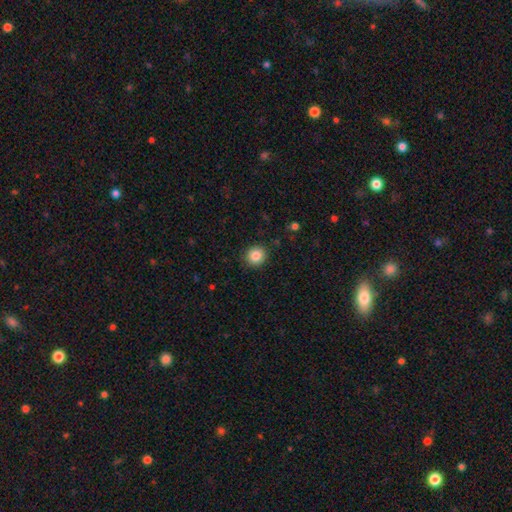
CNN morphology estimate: A smooth galaxy with no disk features (85%) that is round (88%).

Vote fractions:
- Smooth or featured? smooth: 85% / star or artifact: 10% / featured or disk: 5%
- How rounded? round: 88% / in between: 11% / cigar-shaped: 1%
- Merging? none: 90% / minor disturbance: 7% / major disturbance: 2% / merger: 1%